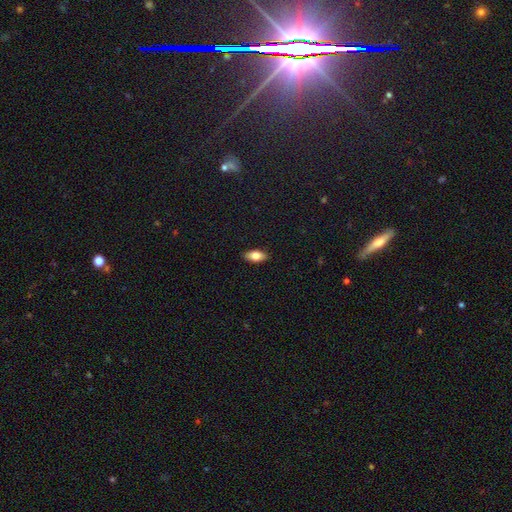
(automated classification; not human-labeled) Smooth or featured? Predicted: smooth (p=0.77). How rounded? Predicted: in between (p=0.88). Merging? Predicted: none (p=0.90).